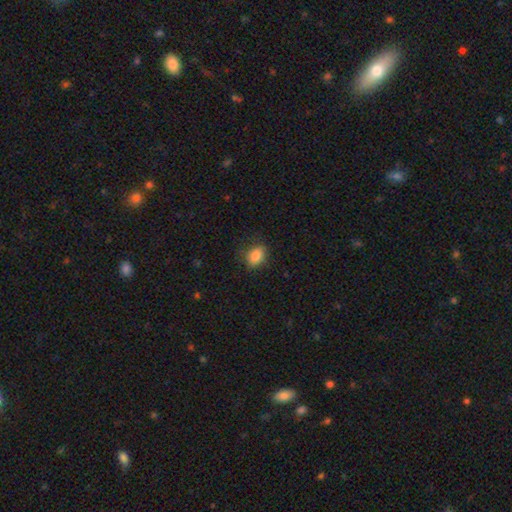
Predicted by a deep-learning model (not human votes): Morphology: type=smooth (87%); roundness=in between (72%); merging=none (80%).